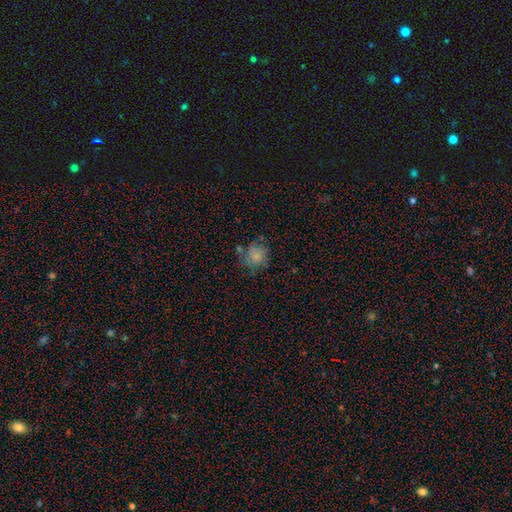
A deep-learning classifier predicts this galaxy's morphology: smooth_or_featured: smooth (p=0.71) [alt: featured or disk p=0.18]
how_rounded: round (p=0.76) [alt: in between p=0.23]
merging: none (p=0.59) [alt: minor disturbance p=0.23]